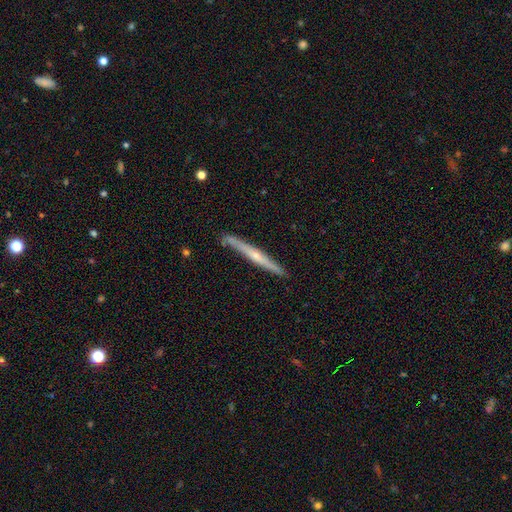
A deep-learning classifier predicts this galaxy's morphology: The model was most divided on "edge-on bulge": rounded: 65%, none: 30%, boxy: 5%. More confident: edge-on disk — yes (97%); merging — none (87%); smooth or featured — featured or disk (66%).